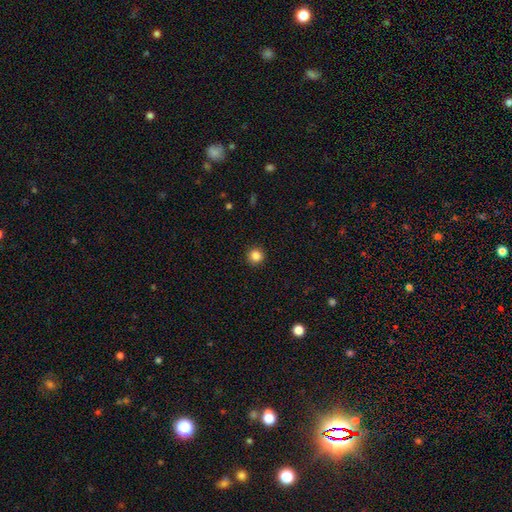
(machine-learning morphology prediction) smooth 85%, star or artifact 11%, featured or disk 3%. Down the decision tree: how rounded — round (95%); merging — none (92%).